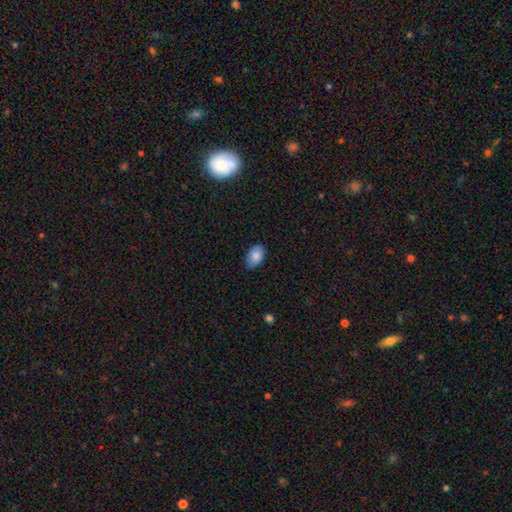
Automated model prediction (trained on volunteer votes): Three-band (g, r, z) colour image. It shows a smooth galaxy with no disk features (86%) that is in between round and cigar-shaped (90%). Merging: none (81%).